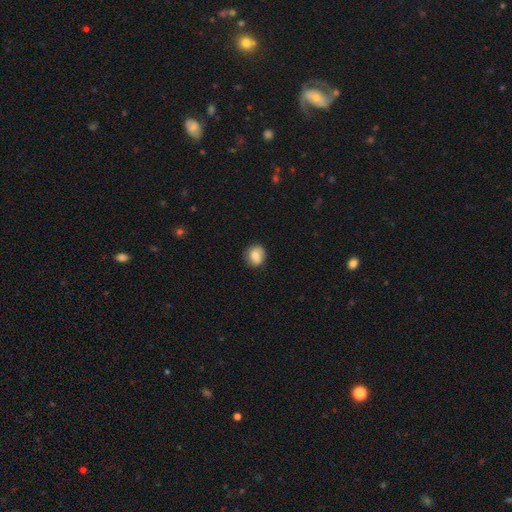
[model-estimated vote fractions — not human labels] Morphology: type=smooth (74%); roundness=round (81%); merging=none (81%).